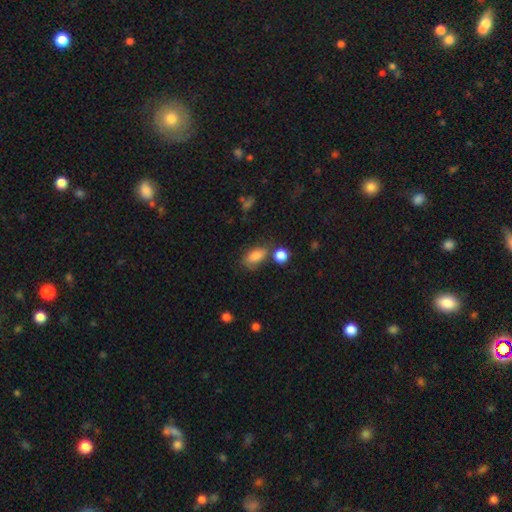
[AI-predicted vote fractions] Smooth or featured: smooth — 82% (star or artifact — 10%)
How rounded: in between — 85% (round — 9%)
Merging: none — 62% (minor disturbance — 20%)